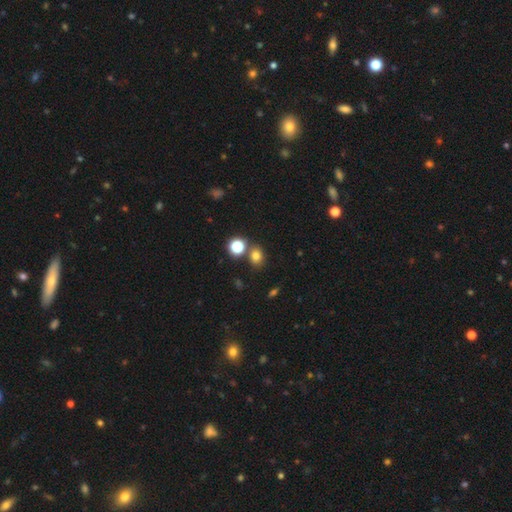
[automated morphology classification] Overall: smooth (75%). How rounded: round (60%; in between 39%). Merging: none (73%).